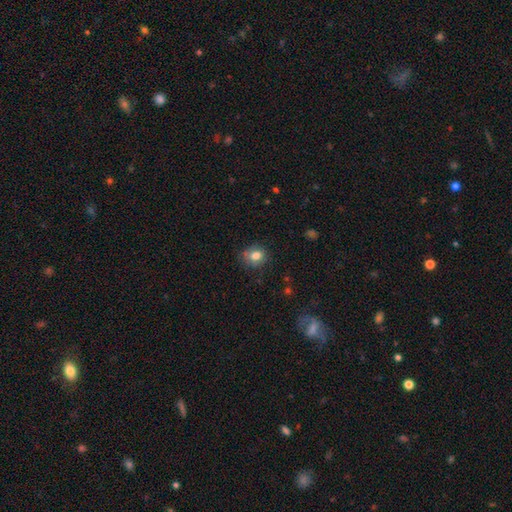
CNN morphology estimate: smooth 79%, featured or disk 11%, star or artifact 10%. Down the decision tree: how rounded — round (59%); merging — none (72%).